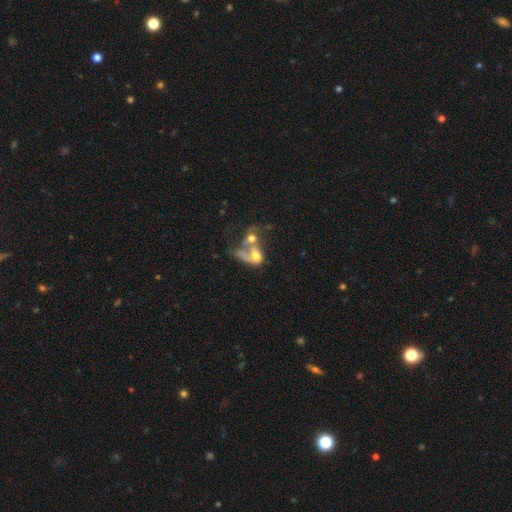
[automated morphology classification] Q: Smooth or featured?
A: smooth (50%); runner-up: featured or disk (40%)
Q: How rounded?
A: in between (69%); runner-up: round (27%)
Q: Merging?
A: merger (74%); runner-up: major disturbance (13%)